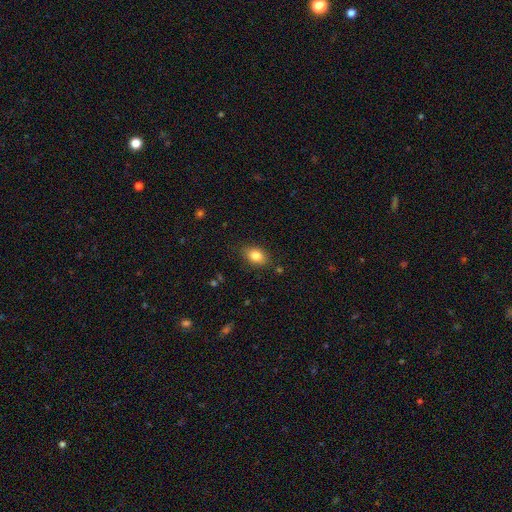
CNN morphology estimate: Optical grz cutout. It shows a smooth galaxy with no disk features (83%) that is in between round and cigar-shaped (80%). Merging: none (82%).